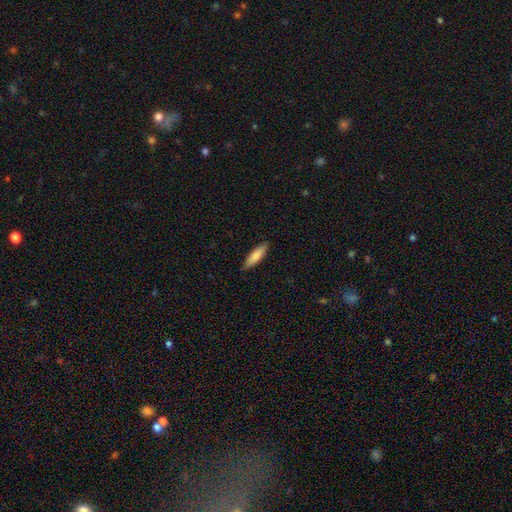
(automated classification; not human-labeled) Morphology: type=smooth (84%); roundness=cigar-shaped (64%); merging=none (86%).